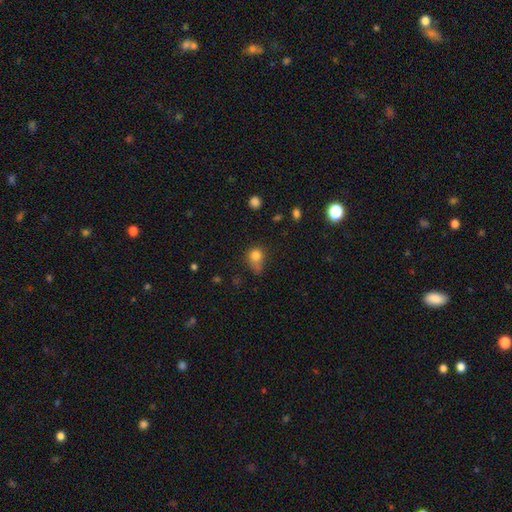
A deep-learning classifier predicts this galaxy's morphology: This is likely a smooth galaxy (79%). How rounded: likely round (67%). Merging: marginally none (37%).